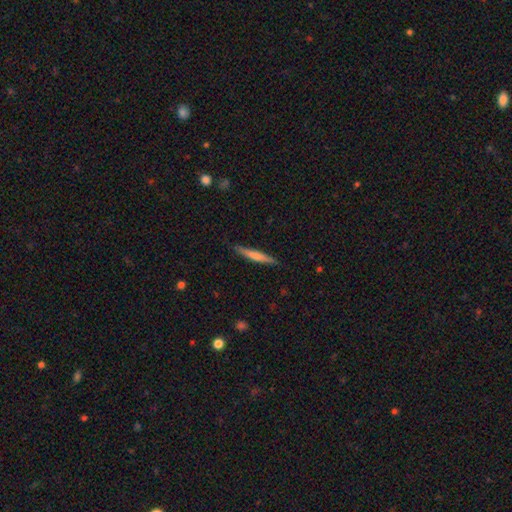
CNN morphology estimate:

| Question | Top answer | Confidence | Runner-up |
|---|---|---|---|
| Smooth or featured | smooth | 60% | featured or disk (35%) |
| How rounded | cigar-shaped | 95% | in between (4%) |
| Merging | none | 87% | minor disturbance (10%) |